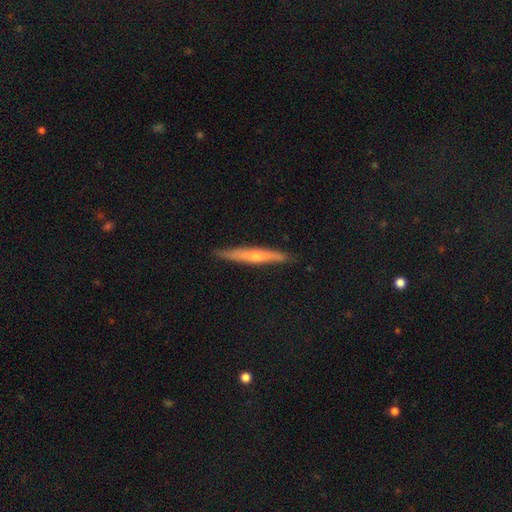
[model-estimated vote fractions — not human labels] The model was most divided on "smooth or featured": featured or disk: 55%, smooth: 39%, star or artifact: 6%. More confident: edge-on disk — yes (93%); merging — none (86%); edge-on bulge — rounded (67%).